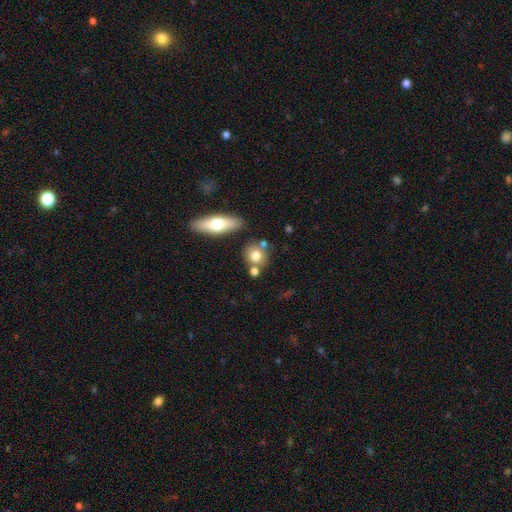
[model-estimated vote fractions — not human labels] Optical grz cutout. It shows a smooth galaxy with no disk features (72%) that is round (74%). Merging: none (66%).